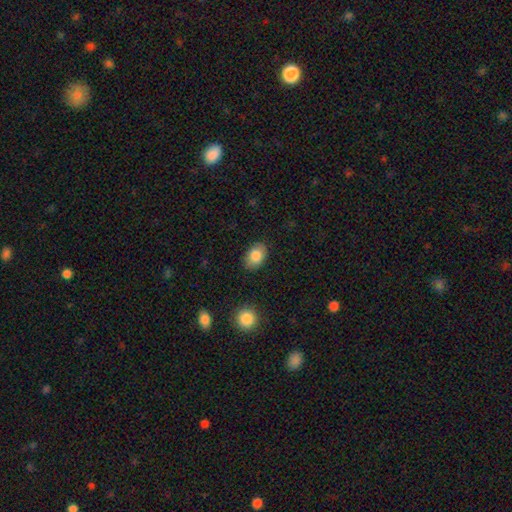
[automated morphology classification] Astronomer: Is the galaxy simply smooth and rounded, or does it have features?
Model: smooth — 84%.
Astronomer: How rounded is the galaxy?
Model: in between — 84%.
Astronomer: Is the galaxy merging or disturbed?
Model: none — 85%.